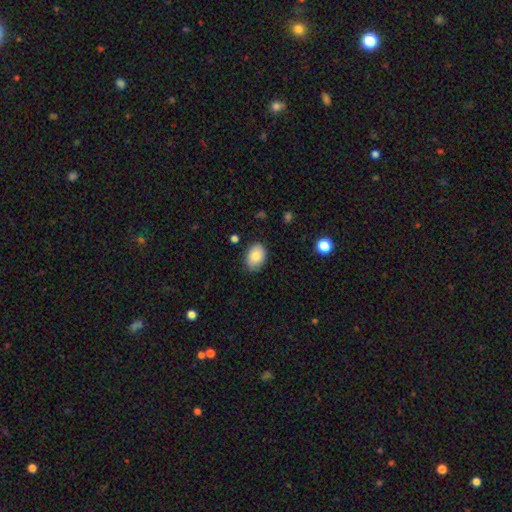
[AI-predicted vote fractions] Smooth or featured? Predicted: smooth (p=0.83). How rounded? Predicted: in between (p=0.76). Merging? Predicted: none (p=0.82).